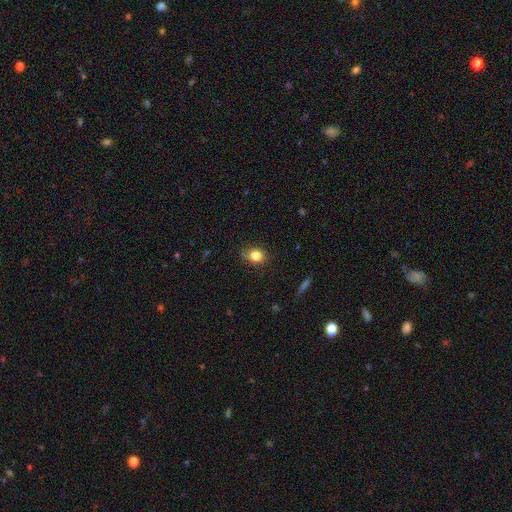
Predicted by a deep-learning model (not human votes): The model was most divided on "how rounded": in between: 51%, round: 48%, cigar-shaped: 2%. More confident: smooth or featured — smooth (82%); merging — none (76%).